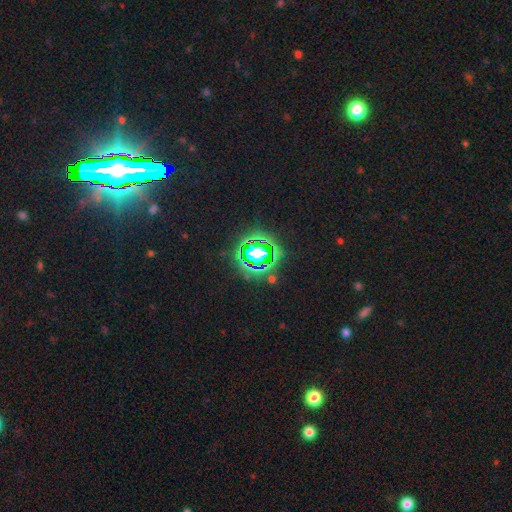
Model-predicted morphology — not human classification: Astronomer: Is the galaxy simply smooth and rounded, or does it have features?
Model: star or artifact — 81%.